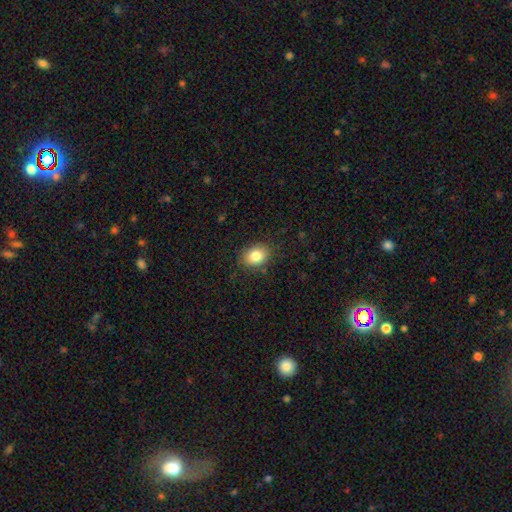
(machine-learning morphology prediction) smooth-or-featured: smooth: 82% | star or artifact: 10% | featured or disk: 9%
  how-rounded: in between: 61% | round: 38% | cigar-shaped: 1%
  merging: none: 86% | minor disturbance: 10% | major disturbance: 3% | merger: 1%